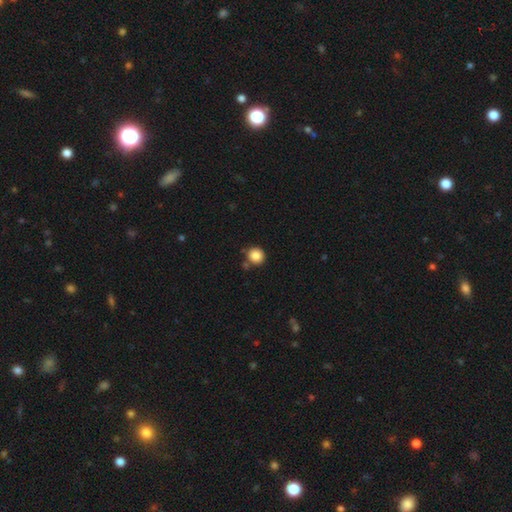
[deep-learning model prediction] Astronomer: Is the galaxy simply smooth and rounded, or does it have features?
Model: smooth — 86%.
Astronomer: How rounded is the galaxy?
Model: round — 90%.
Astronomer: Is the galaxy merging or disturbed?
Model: none — 79%.